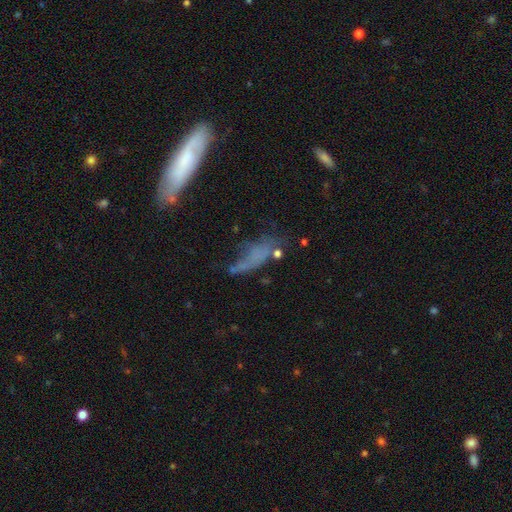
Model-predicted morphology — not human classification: A smooth galaxy with no disk features (50%).

Vote fractions:
- Smooth or featured? smooth: 50% / featured or disk: 35% / star or artifact: 16%
- Merging? none: 42% / minor disturbance: 24% / major disturbance: 24% / merger: 10%